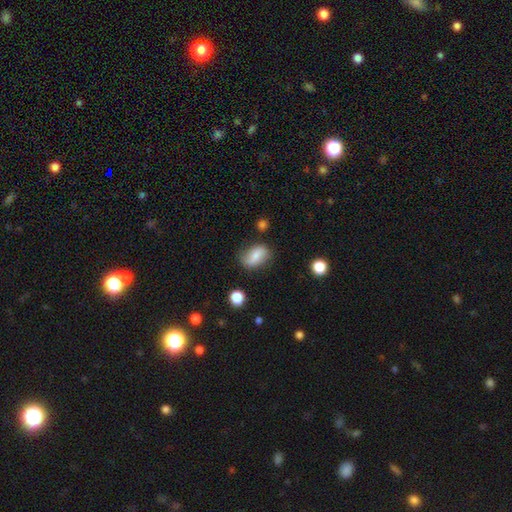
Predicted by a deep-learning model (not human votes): Smooth or featured: smooth — 69% (featured or disk — 22%)
How rounded: in between — 82% (round — 16%)
Merging: none — 66% (minor disturbance — 24%)